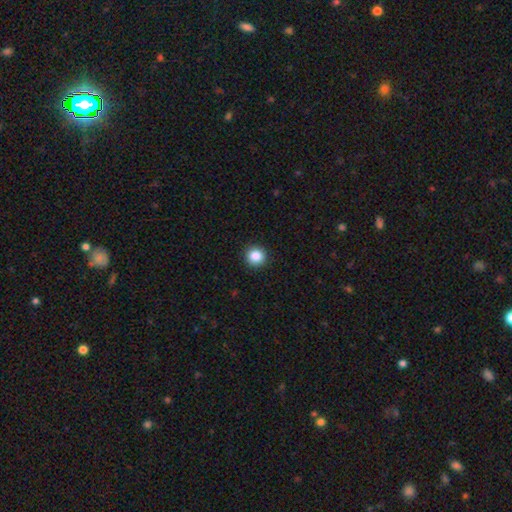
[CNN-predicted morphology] This is clearly a smooth galaxy (86%). How rounded: clearly round (94%). Merging: clearly none (93%).